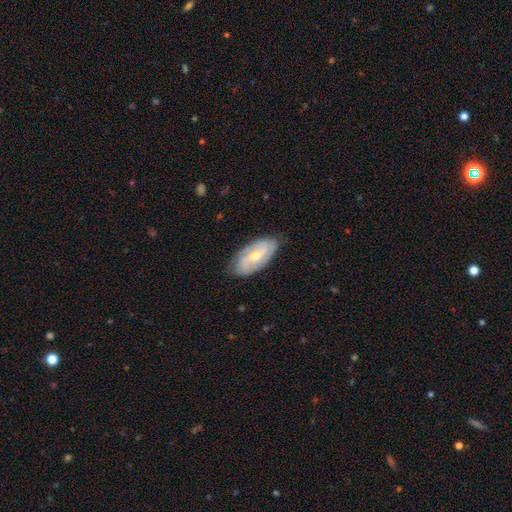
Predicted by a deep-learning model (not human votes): Overall: featured or disk (72%). Edge-on disk: no (93%). Bar: weak (44%; no 42%). Spiral arms: yes (90%). Spiral arm count: 2 (60%). Spiral winding: medium (42%; tight 34%). Bulge size: moderate (52%; small 44%). Merging: none (80%).